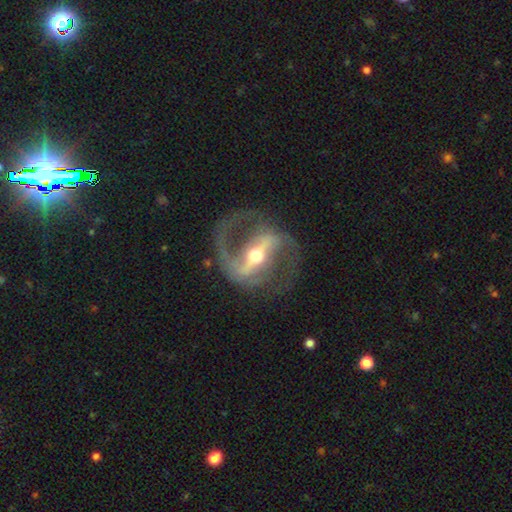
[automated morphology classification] Smooth or featured? featured or disk (91%)
Edge-on disk? no (90%)
Bar? strong (78%)
Spiral arms? yes (88%)
Spiral winding? medium (53%)
Spiral arm count? 2 (89%)
Bulge size? moderate (71%)
Merging? none (72%)